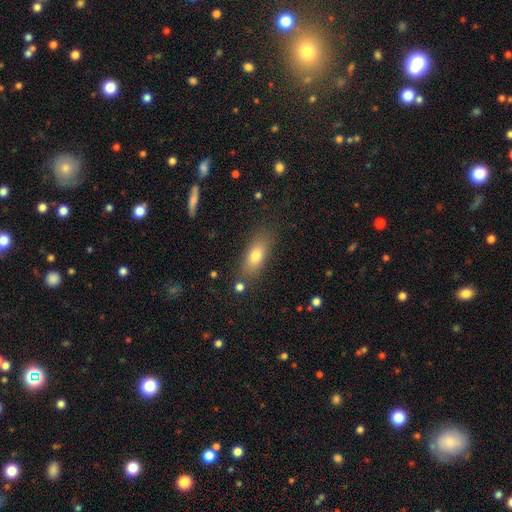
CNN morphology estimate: smooth 74%, featured or disk 16%, star or artifact 10%. Down the decision tree: how rounded — in between (72%); merging — none (79%).